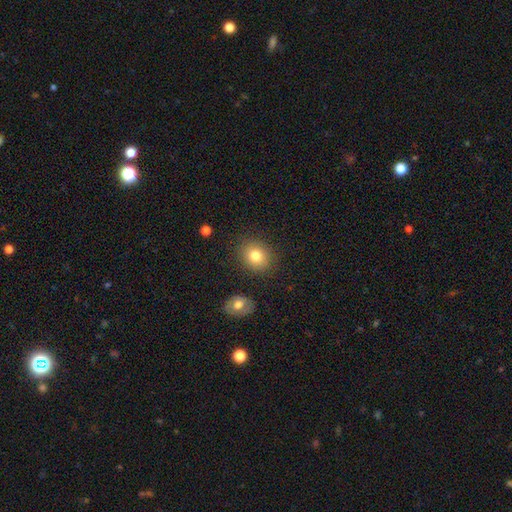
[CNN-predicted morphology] This is clearly a smooth galaxy (80%). How rounded: likely round (67%). Merging: clearly none (85%).